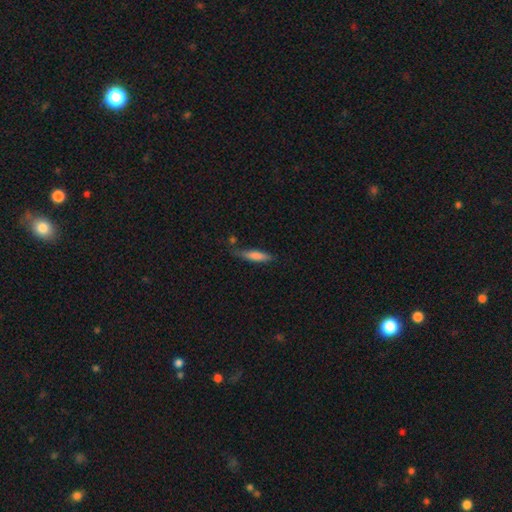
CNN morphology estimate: Smooth or featured?
  - smooth: 78% *
  - featured or disk: 15%
  - star or artifact: 7%
How rounded?
  - cigar-shaped: 76% *
  - in between: 23%
  - round: 2%
Merging?
  - none: 62% *
  - minor disturbance: 25%
  - merger: 6%
  - major disturbance: 6%